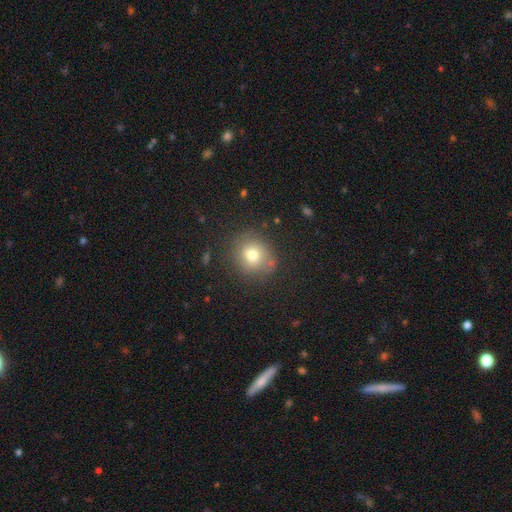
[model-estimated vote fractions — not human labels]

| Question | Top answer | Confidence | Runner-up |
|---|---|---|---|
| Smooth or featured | smooth | 66% | star or artifact (19%) |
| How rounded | round | 86% | in between (13%) |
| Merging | none | 84% | minor disturbance (11%) |